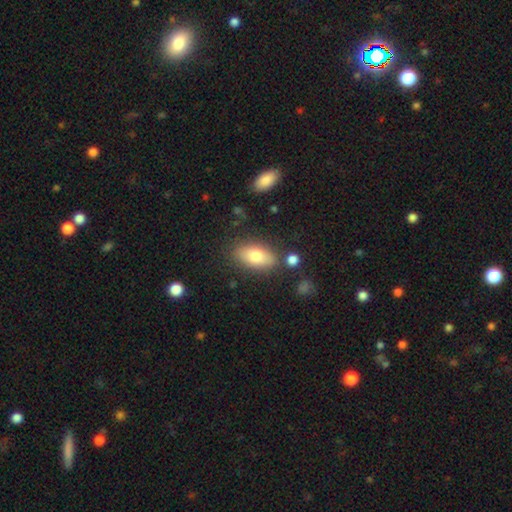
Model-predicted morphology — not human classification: This appears to be a smooth galaxy with no disk features (75%) that is in between round and cigar-shaped (89%). Merging: none (79%).